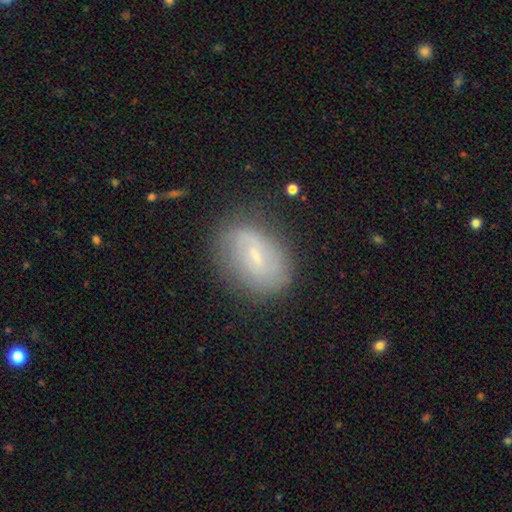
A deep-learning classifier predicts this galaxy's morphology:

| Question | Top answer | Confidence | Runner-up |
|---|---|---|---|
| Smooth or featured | featured or disk | 53% | smooth (38%) |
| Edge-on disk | no | 94% | yes (6%) |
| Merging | none | 74% | minor disturbance (18%) |